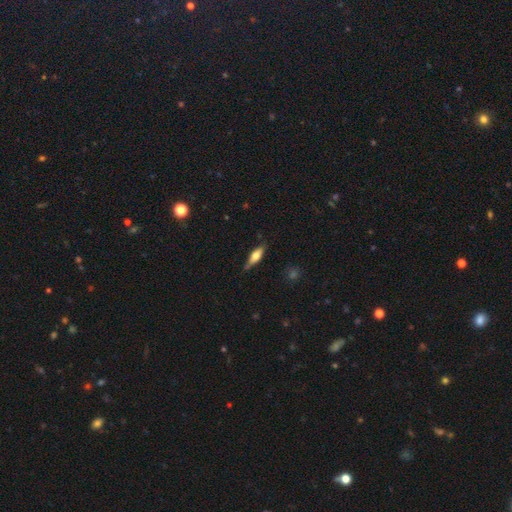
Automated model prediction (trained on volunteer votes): Smooth or featured? smooth (61%)
How rounded? in between (55%)
Merging? none (72%)